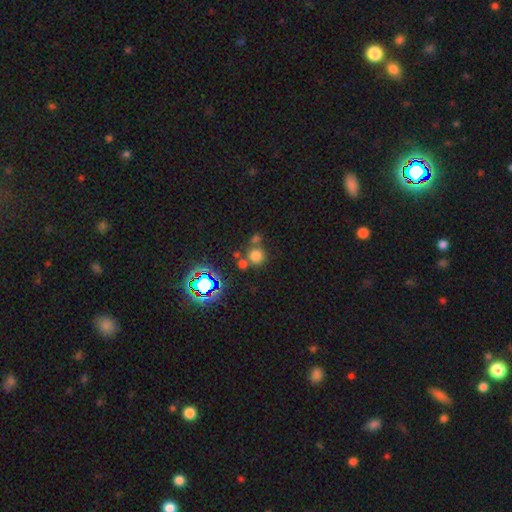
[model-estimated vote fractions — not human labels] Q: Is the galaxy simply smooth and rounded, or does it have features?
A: smooth — 70%.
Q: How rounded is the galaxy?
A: round — 92%.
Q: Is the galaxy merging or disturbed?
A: none — 65%.